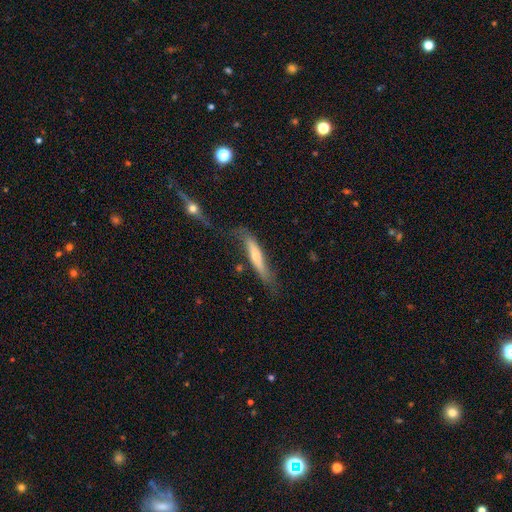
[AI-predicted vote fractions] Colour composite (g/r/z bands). It shows a smooth galaxy with no disk features (53%) that is cigar-shaped (88%). Merging: none (48%).